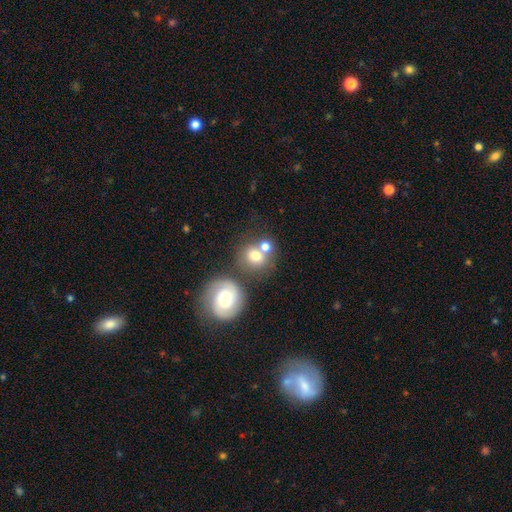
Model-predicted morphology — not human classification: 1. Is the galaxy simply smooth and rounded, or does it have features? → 69% smooth, 21% featured or disk, 10% star or artifact.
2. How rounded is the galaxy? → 79% round, 20% in between, 1% cigar-shaped.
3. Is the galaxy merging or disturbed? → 49% none, 37% merger, 10% minor disturbance, 5% major disturbance.